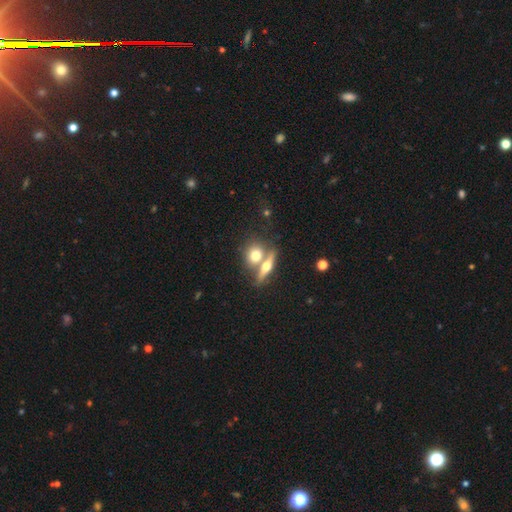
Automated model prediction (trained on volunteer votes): smooth_or_featured: smooth (p=0.58) [alt: featured or disk p=0.35]
how_rounded: round (p=0.48) [alt: in between p=0.36]
merging: none (p=0.45) [alt: merger p=0.44]